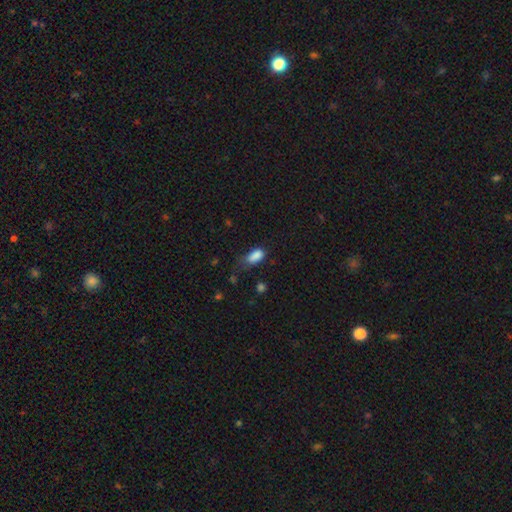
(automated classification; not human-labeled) A smooth galaxy with no disk features (86%) that is in between round and cigar-shaped (89%).

Vote fractions:
- Smooth or featured? smooth: 86% / star or artifact: 9% / featured or disk: 5%
- How rounded? in between: 89% / round: 5% / cigar-shaped: 5%
- Merging? none: 44% / minor disturbance: 37% / major disturbance: 16% / merger: 3%